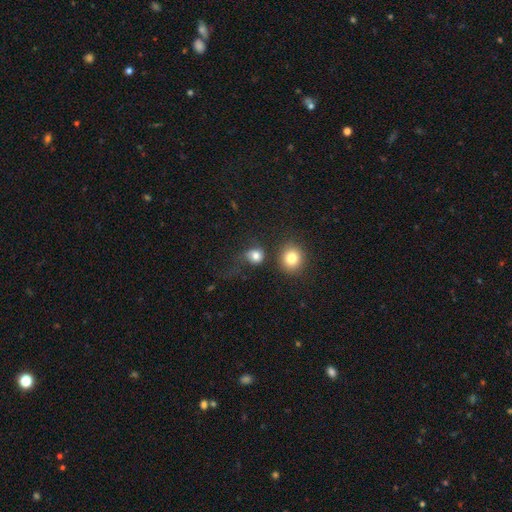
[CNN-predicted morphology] This appears to be a smooth galaxy with no disk features (79%) that is round (79%). Merging: none (50%).